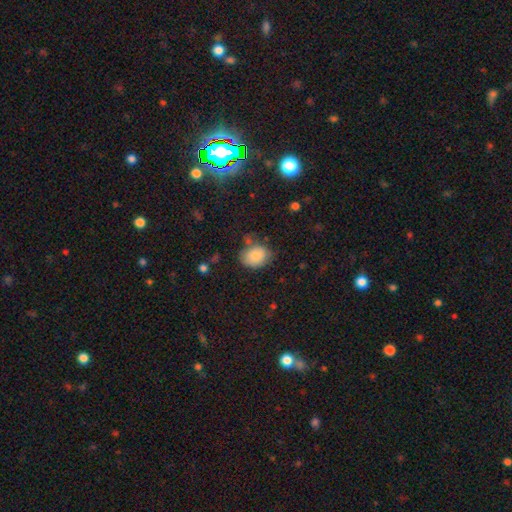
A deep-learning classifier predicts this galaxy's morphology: A smooth galaxy with no disk features (83%) that is in between round and cigar-shaped (64%).

Vote fractions:
- Smooth or featured? smooth: 83% / featured or disk: 8% / star or artifact: 8%
- How rounded? in between: 64% / round: 35% / cigar-shaped: 1%
- Merging? none: 62% / minor disturbance: 25% / major disturbance: 7% / merger: 6%